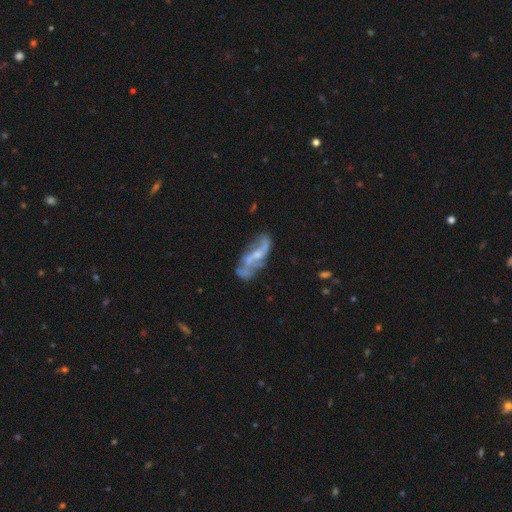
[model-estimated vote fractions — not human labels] This is likely a featured or disk galaxy (76%). It is clearly not viewed edge-on (90%). Bar: marginally weak (41%, tied with no). Spiral arm pattern: clearly yes (80%). Spiral arm count: likely 2 (75%). Spiral winding: likely loose (69%). Central bulge: possibly small (49%). Merging: possibly none (52%).